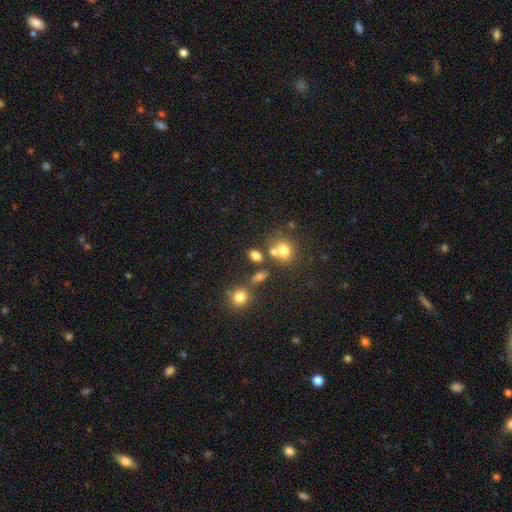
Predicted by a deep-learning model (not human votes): This is likely a smooth galaxy (73%). How rounded: likely in between (65%). Merging: possibly none (54%).